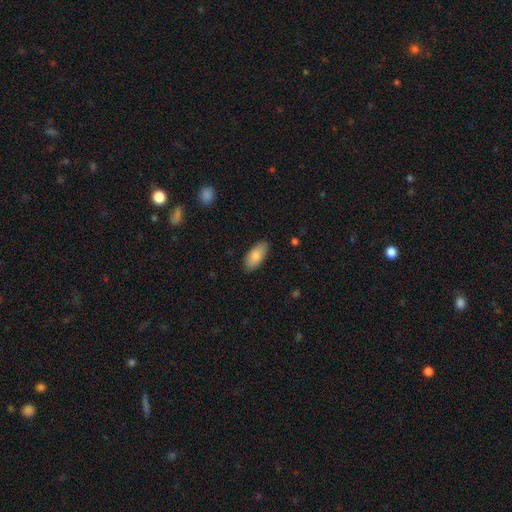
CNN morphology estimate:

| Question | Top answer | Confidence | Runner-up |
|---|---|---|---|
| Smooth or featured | smooth | 86% | featured or disk (8%) |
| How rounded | in between | 92% | cigar-shaped (6%) |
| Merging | none | 87% | minor disturbance (10%) |